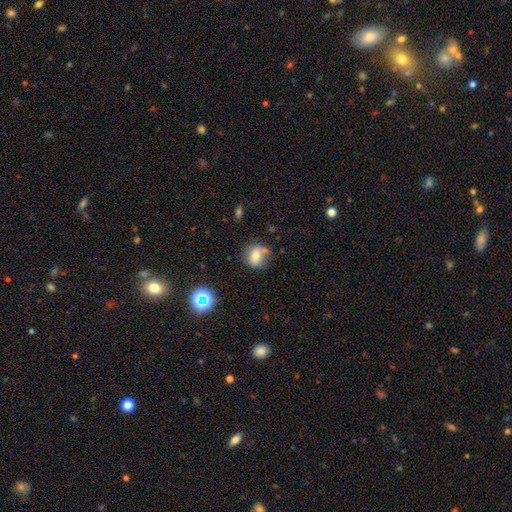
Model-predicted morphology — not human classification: smooth_or_featured: smooth (p=0.71) [alt: featured or disk p=0.15]
how_rounded: round (p=0.70) [alt: in between p=0.28]
merging: none (p=0.62) [alt: minor disturbance p=0.22]